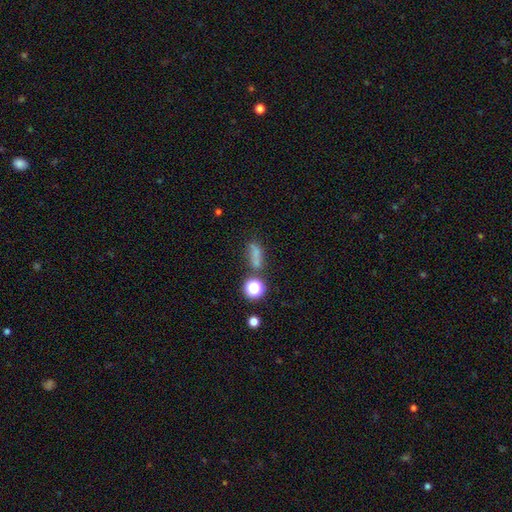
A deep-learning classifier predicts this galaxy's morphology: Overall: smooth (62%; star or artifact 22%). How rounded: in between (50%; cigar-shaped 27%). Merging: none (50%; merger 20%).